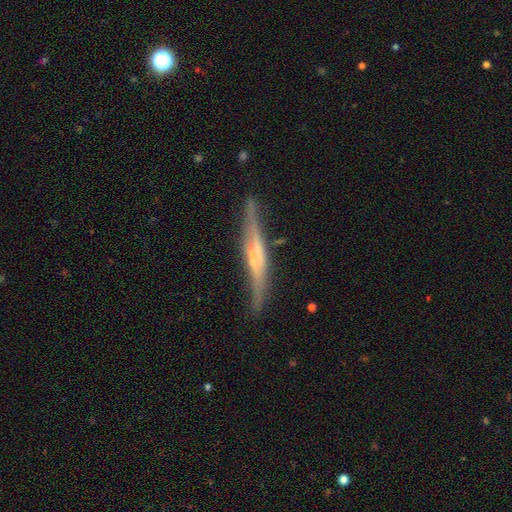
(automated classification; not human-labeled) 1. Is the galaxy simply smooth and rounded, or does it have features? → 77% featured or disk, 17% smooth, 6% star or artifact.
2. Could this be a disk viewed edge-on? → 96% yes, 4% no.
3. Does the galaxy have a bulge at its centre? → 42% boxy, 38% rounded, 20% none.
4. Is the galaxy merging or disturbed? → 80% none, 14% minor disturbance, 3% major disturbance, 2% merger.